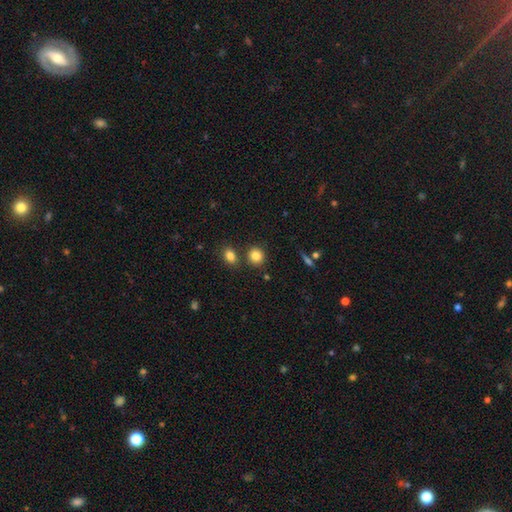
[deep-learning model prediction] A smooth galaxy with no disk features (84%) that is round (79%).

Vote fractions:
- Smooth or featured? smooth: 84% / star or artifact: 10% / featured or disk: 6%
- How rounded? round: 79% / in between: 20% / cigar-shaped: 1%
- Merging? none: 76% / merger: 12% / minor disturbance: 9% / major disturbance: 3%